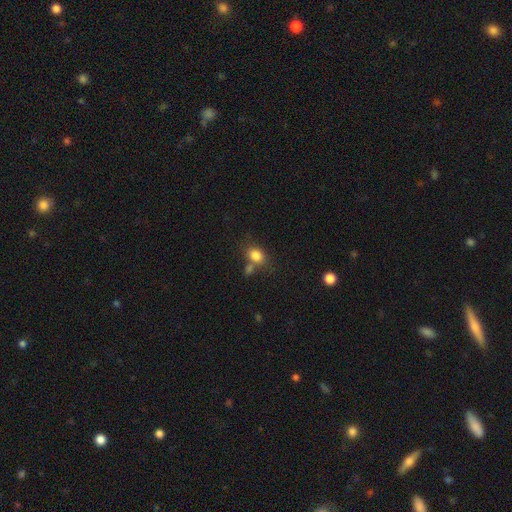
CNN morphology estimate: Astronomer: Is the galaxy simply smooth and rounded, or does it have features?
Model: smooth — 82%.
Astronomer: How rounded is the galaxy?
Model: in between — 62%.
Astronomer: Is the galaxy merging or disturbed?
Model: none — 54%.